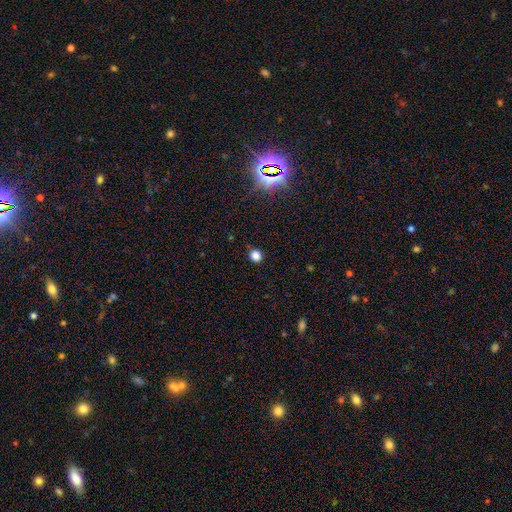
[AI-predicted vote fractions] This appears to be a smooth galaxy with no disk features (81%) that is round (86%). Merging: none (89%).